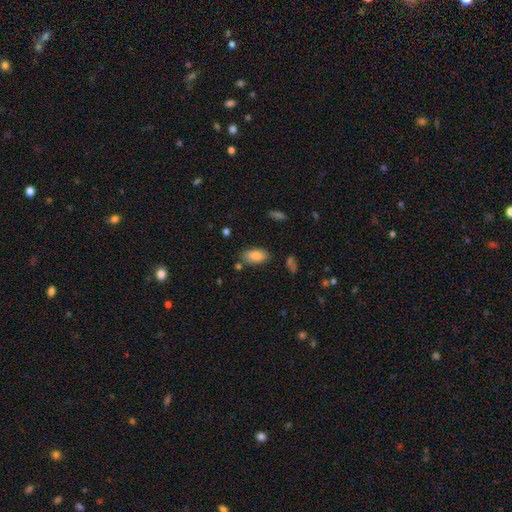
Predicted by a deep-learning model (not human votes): This appears to be a smooth galaxy with no disk features (85%) that is in between round and cigar-shaped (92%). Merging: none (76%).